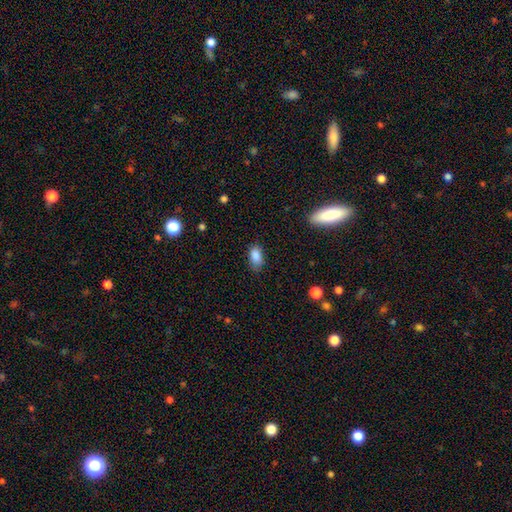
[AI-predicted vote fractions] This appears to be a smooth galaxy with no disk features (87%) that is in between round and cigar-shaped (91%). Merging: none (77%).